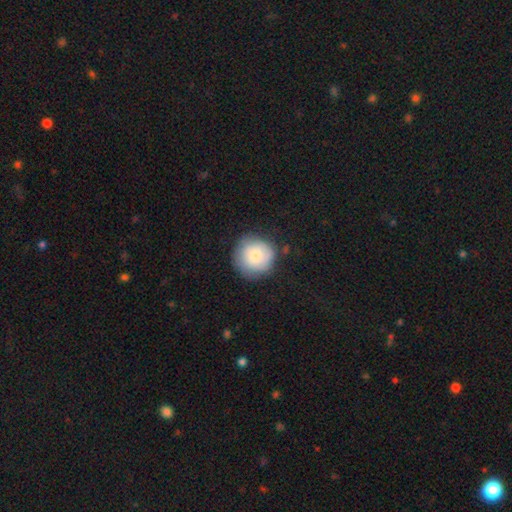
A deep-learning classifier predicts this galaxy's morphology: Smooth or featured? smooth (78%)
How rounded? round (93%)
Merging? none (75%)